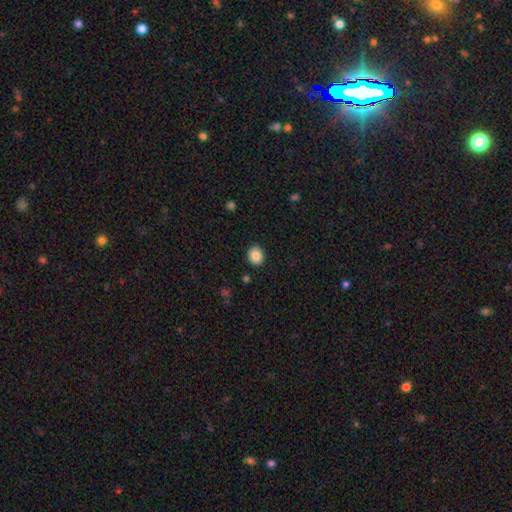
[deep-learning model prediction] smooth_or_featured: smooth (p=0.86) [alt: star or artifact p=0.09]
how_rounded: round (p=0.65) [alt: in between p=0.34]
merging: none (p=0.90) [alt: minor disturbance p=0.07]